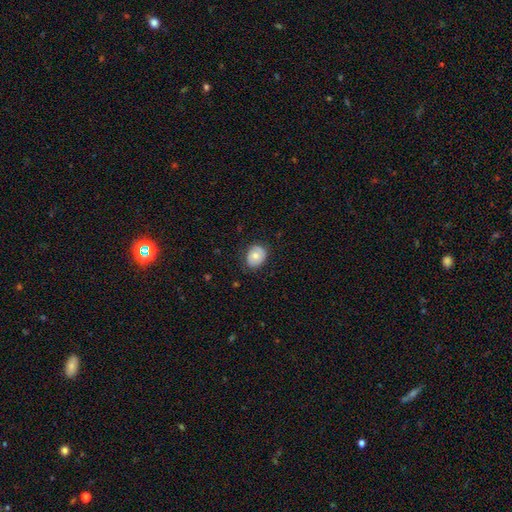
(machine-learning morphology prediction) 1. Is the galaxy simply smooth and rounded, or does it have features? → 69% smooth, 23% featured or disk, 8% star or artifact.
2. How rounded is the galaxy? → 53% in between, 46% round, 1% cigar-shaped.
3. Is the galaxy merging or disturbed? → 77% none, 18% minor disturbance, 4% major disturbance, 1% merger.